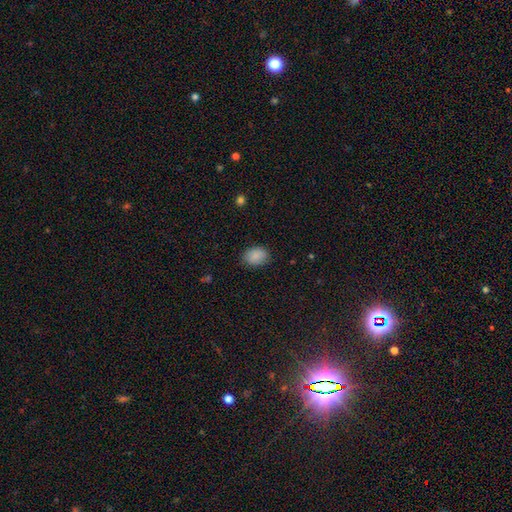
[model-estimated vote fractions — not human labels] This is clearly a smooth galaxy (88%). How rounded: likely in between (72%). Merging: clearly none (82%).